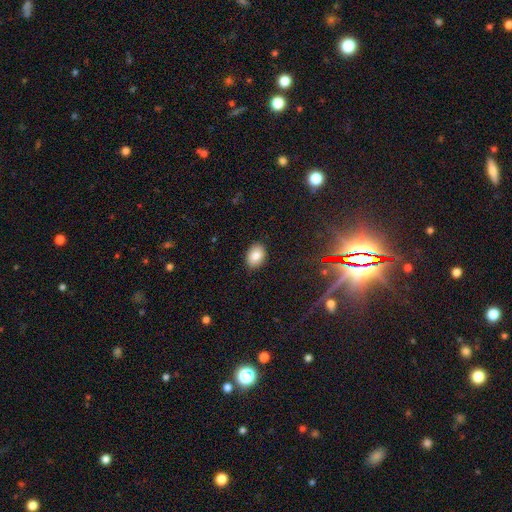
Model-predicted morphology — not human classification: smooth 84%, star or artifact 9%, featured or disk 7%. Down the decision tree: how rounded — in between (76%); merging — none (88%).